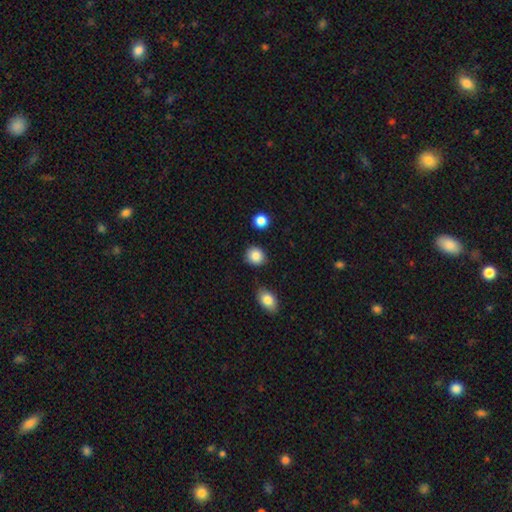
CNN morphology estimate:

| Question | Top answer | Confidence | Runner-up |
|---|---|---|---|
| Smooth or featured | smooth | 87% | star or artifact (8%) |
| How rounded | round | 80% | in between (19%) |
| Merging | none | 86% | minor disturbance (9%) |